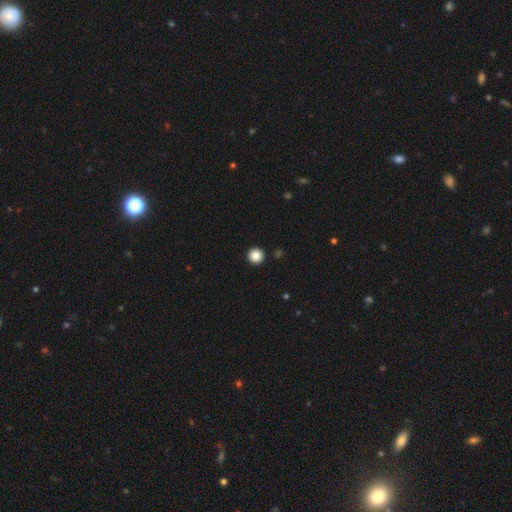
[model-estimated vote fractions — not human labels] Smooth or featured? Predicted: smooth (p=0.86). How rounded? Predicted: round (p=0.97). Merging? Predicted: none (p=0.94).